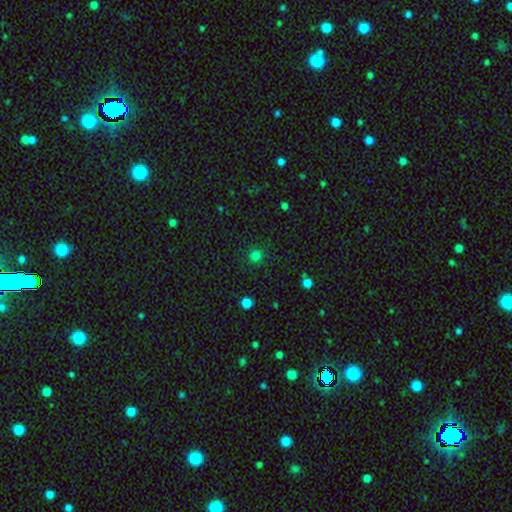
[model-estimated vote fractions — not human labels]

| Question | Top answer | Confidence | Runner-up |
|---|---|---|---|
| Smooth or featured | smooth | 76% | star or artifact (19%) |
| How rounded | round | 91% | in between (8%) |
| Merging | none | 85% | minor disturbance (9%) |